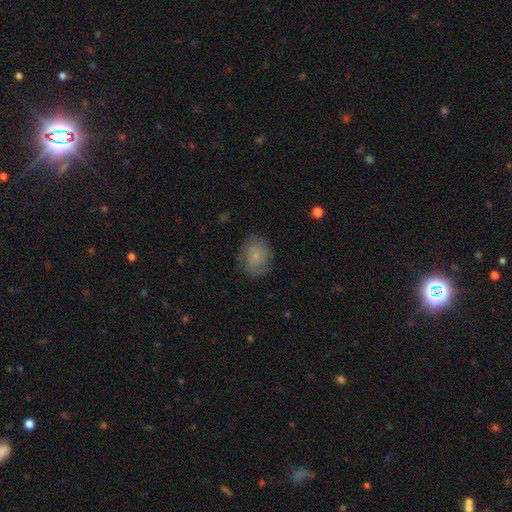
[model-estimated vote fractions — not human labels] Smooth or featured? smooth (62%)
How rounded? round (56%)
Merging? none (73%)